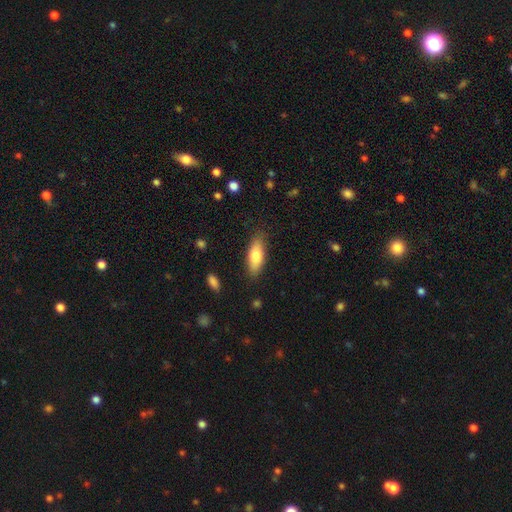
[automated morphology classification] smooth_or_featured: smooth (p=0.75) [alt: featured or disk p=0.19]
how_rounded: in between (p=0.70) [alt: cigar-shaped p=0.27]
merging: none (p=0.83) [alt: minor disturbance p=0.13]